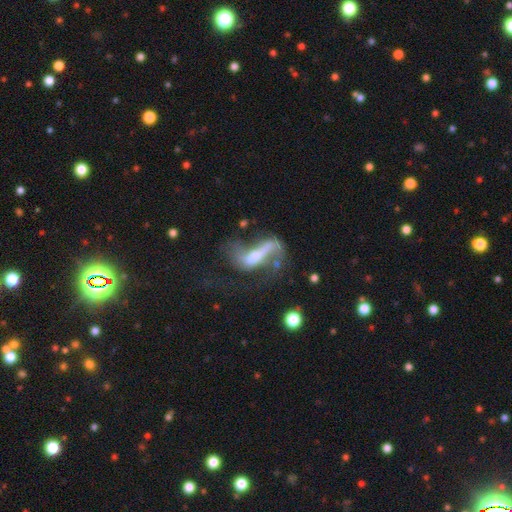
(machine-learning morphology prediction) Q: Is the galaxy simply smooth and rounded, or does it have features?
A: featured or disk — 69%.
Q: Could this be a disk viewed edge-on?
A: no — 83%.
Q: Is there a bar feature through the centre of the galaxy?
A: strong — 44%.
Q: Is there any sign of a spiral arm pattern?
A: yes — 65%.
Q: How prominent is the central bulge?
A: moderate — 46%.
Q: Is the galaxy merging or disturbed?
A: major disturbance — 42%.